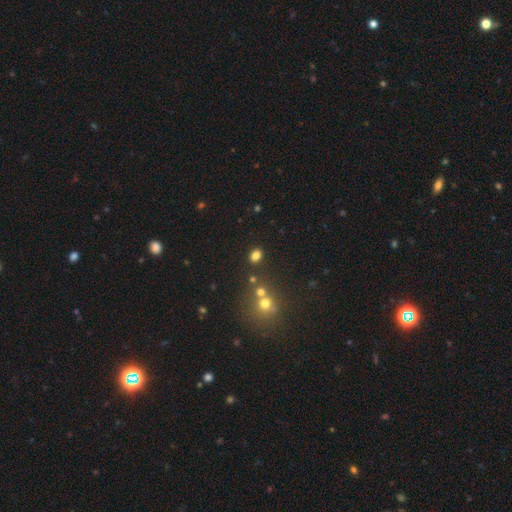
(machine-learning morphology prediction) Smooth or featured? Predicted: smooth (p=0.79). How rounded? Predicted: in between (p=0.56). Merging? Predicted: none (p=0.81).